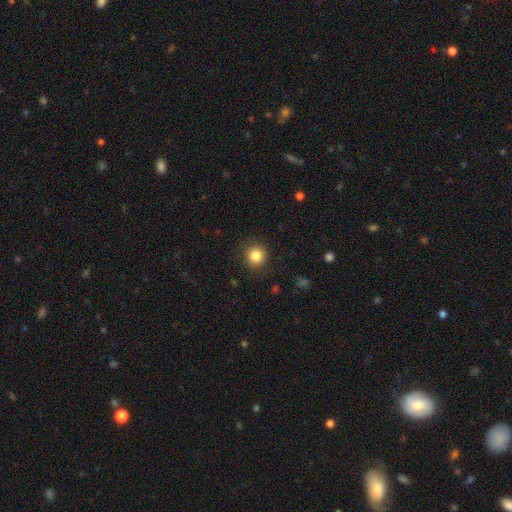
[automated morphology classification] smooth-or-featured: smooth: 84% | star or artifact: 11% | featured or disk: 5%
  how-rounded: round: 92% | in between: 7% | cigar-shaped: 1%
  merging: none: 89% | minor disturbance: 7% | major disturbance: 3% | merger: 1%